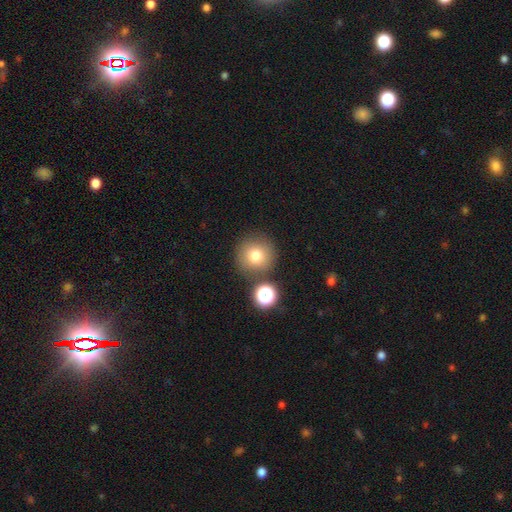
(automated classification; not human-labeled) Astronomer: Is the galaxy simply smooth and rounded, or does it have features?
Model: smooth — 76%.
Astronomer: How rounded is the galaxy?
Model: round — 94%.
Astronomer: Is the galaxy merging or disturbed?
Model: none — 80%.